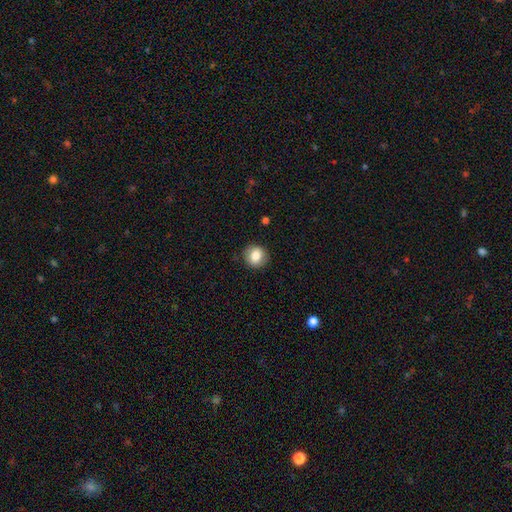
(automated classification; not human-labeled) Smooth or featured? Predicted: smooth (p=0.80). How rounded? Predicted: round (p=0.83). Merging? Predicted: none (p=0.87).